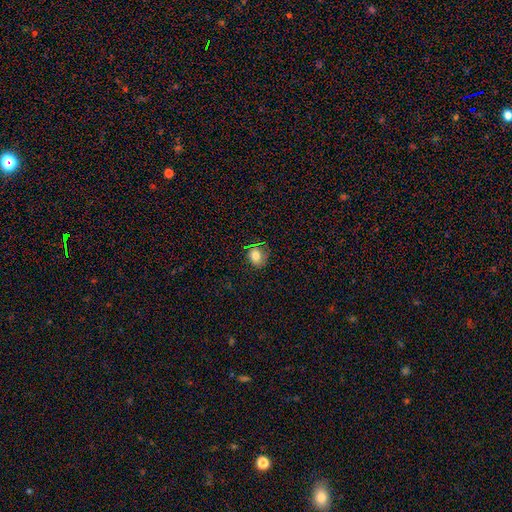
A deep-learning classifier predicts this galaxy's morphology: Q: Smooth or featured?
A: smooth (77%); runner-up: star or artifact (12%)
Q: How rounded?
A: round (65%); runner-up: in between (34%)
Q: Merging?
A: none (72%); runner-up: minor disturbance (19%)